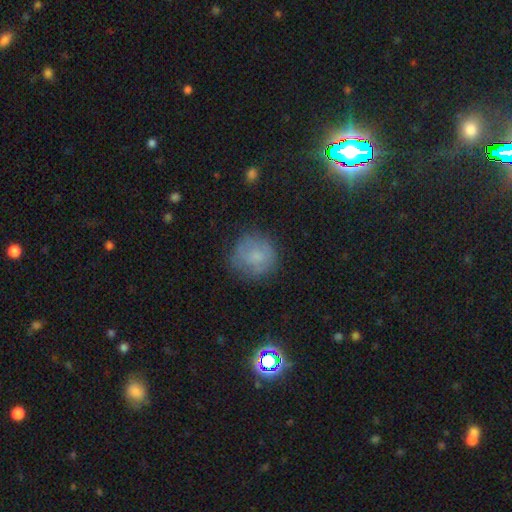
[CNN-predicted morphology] smooth 65%, featured or disk 22%, star or artifact 13%. Down the decision tree: how rounded — round (90%); merging — none (73%).